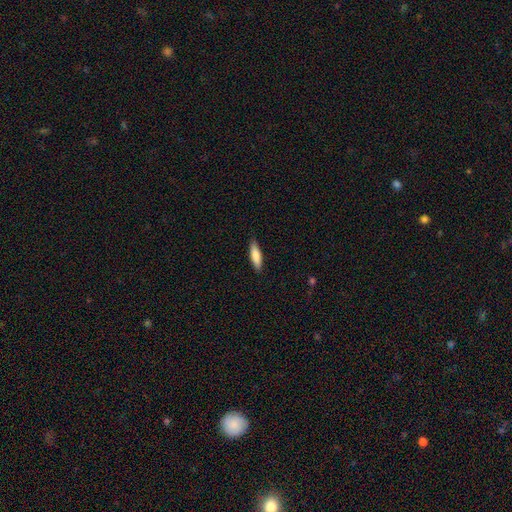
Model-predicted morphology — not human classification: A smooth galaxy with no disk features (80%) that is cigar-shaped (64%). Merging: none (88%).